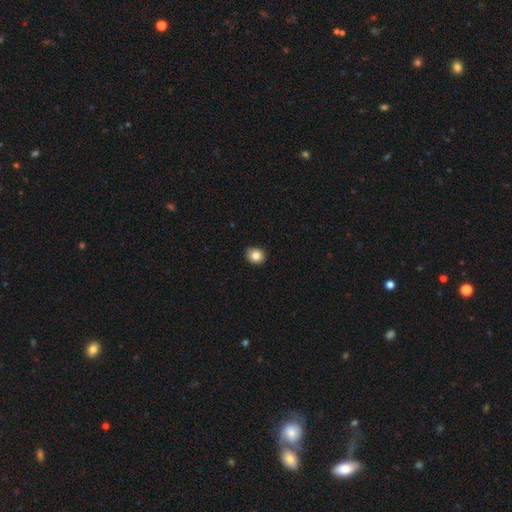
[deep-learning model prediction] Morphology: type=smooth (82%); roundness=round (77%); merging=none (86%).